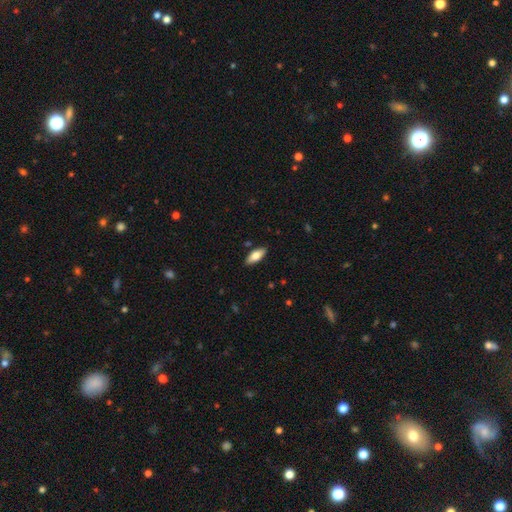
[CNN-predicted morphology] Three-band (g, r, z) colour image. It shows a smooth galaxy with no disk features (76%) that is in between round and cigar-shaped (81%). Merging: none (88%).